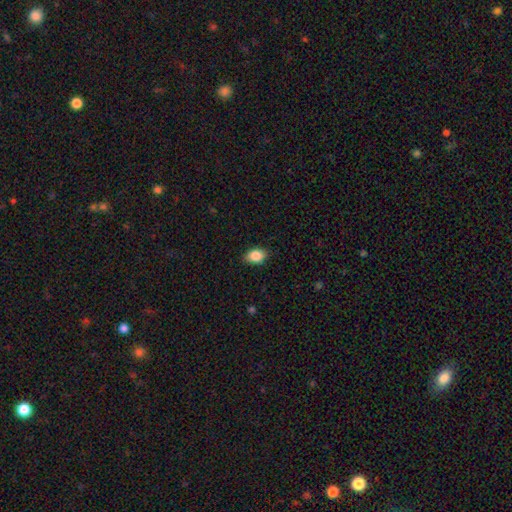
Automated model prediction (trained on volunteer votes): Smooth or featured? smooth (87%)
How rounded? in between (83%)
Merging? none (85%)